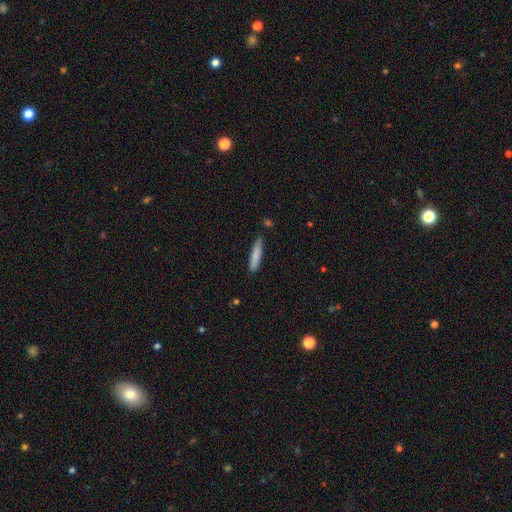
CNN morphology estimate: Smooth or featured?
  - smooth: 82% *
  - featured or disk: 13%
  - star or artifact: 6%
How rounded?
  - cigar-shaped: 89% *
  - in between: 9%
  - round: 1%
Merging?
  - none: 84% *
  - minor disturbance: 12%
  - merger: 2%
  - major disturbance: 2%